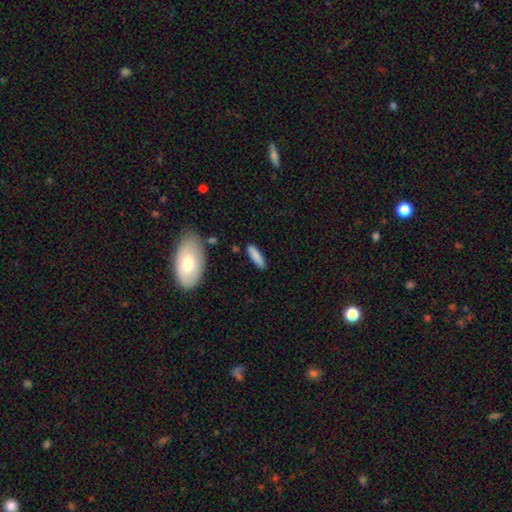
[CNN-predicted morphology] smooth 85%, featured or disk 9%, star or artifact 6%. Down the decision tree: how rounded — cigar-shaped (64%); merging — none (85%).